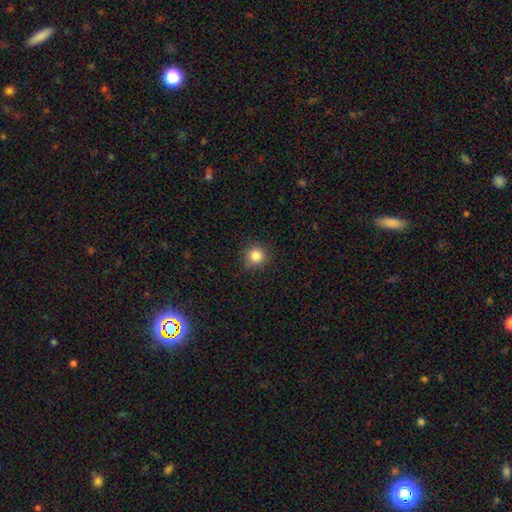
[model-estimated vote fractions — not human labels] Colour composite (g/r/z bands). It shows a smooth galaxy with no disk features (85%) that is round (93%). Merging: none (85%).